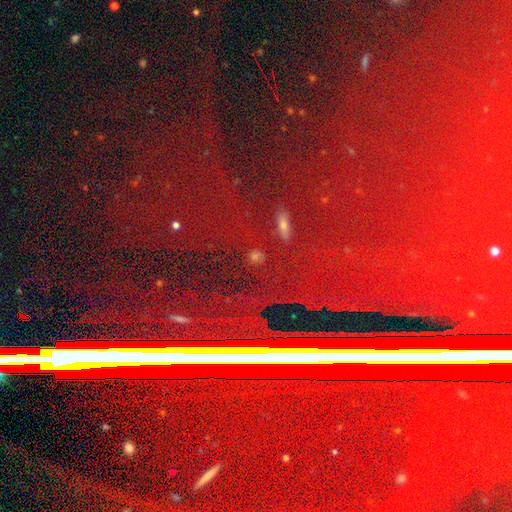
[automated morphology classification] Smooth or featured: star or artifact — 81% (featured or disk — 10%)